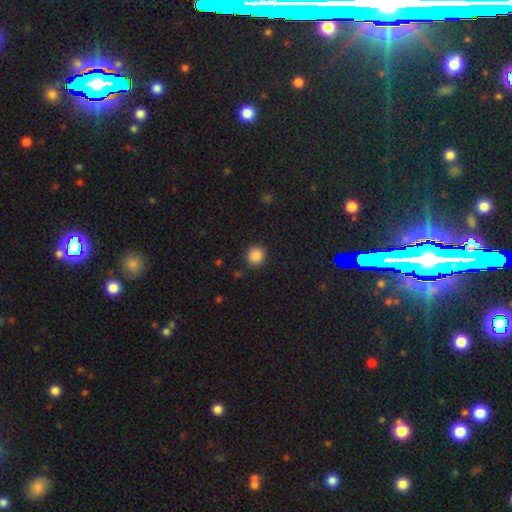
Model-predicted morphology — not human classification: The model was most divided on "smooth or featured": smooth: 87%, star or artifact: 10%, featured or disk: 3%. More confident: merging — none (89%); how rounded — round (88%).